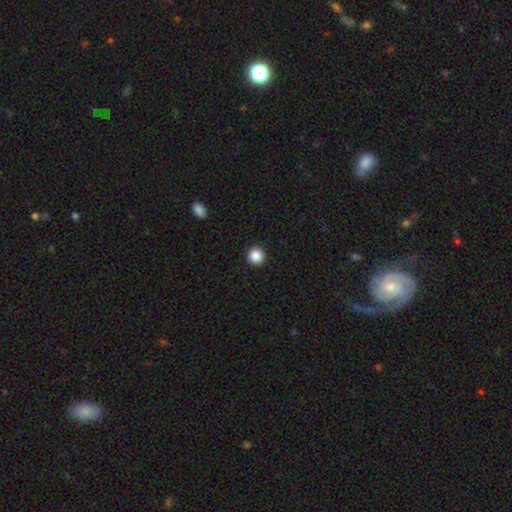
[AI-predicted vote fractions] smooth_or_featured: smooth (p=0.88) [alt: star or artifact p=0.10]
how_rounded: round (p=0.96) [alt: in between p=0.03]
merging: none (p=0.94) [alt: minor disturbance p=0.04]